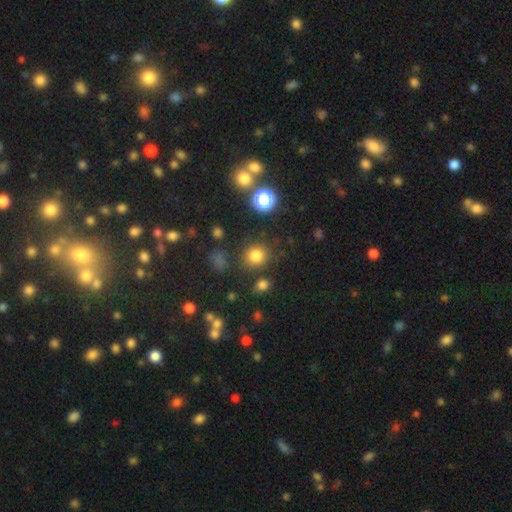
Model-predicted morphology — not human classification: A smooth galaxy with no disk features (79%) that is round (84%).

Vote fractions:
- Smooth or featured? smooth: 79% / star or artifact: 15% / featured or disk: 6%
- How rounded? round: 84% / in between: 15% / cigar-shaped: 1%
- Merging? none: 81% / minor disturbance: 10% / merger: 4% / major disturbance: 4%